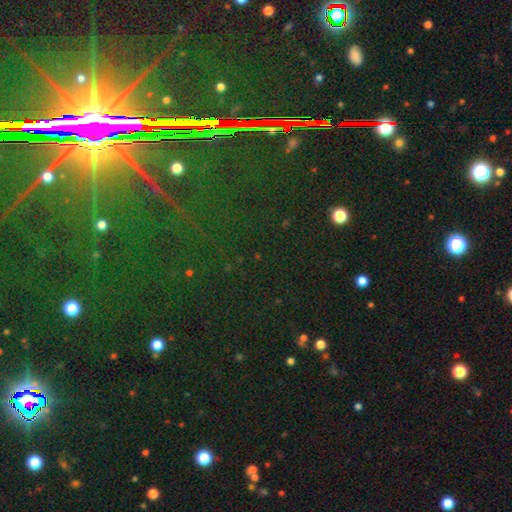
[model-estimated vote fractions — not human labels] star or artifact 83%, featured or disk 9%, smooth 8%.